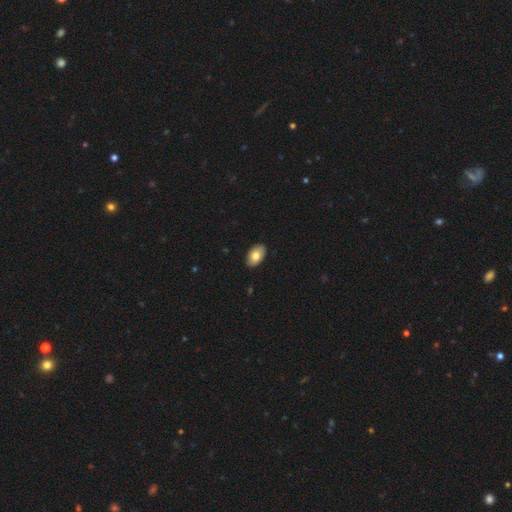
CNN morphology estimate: Smooth or featured? smooth (78%)
How rounded? in between (93%)
Merging? none (89%)